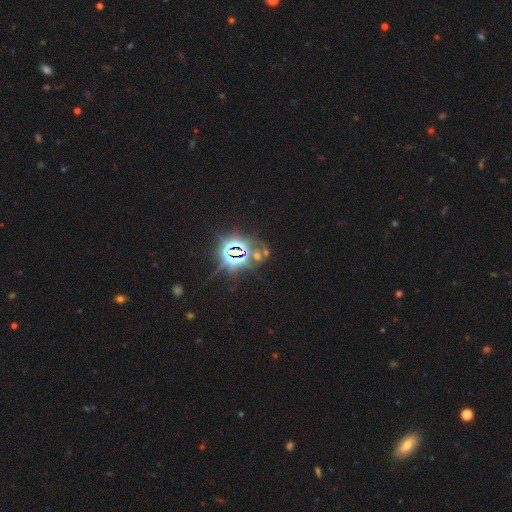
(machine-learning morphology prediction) The model was most divided on "smooth or featured": star or artifact: 80%, featured or disk: 10%, smooth: 10%.